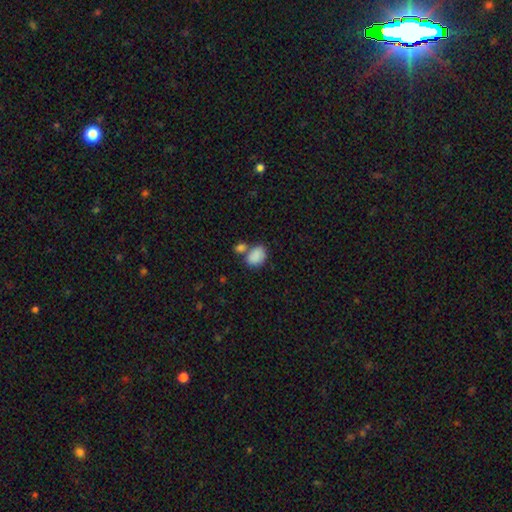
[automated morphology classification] This appears to be a smooth galaxy with no disk features (86%) that is in between round and cigar-shaped (75%). Merging: none (44%).